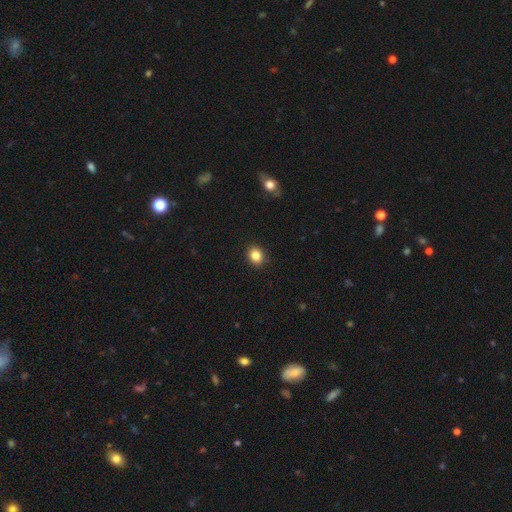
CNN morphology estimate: Smooth or featured? Predicted: smooth (p=0.85). How rounded? Predicted: round (p=0.59). Merging? Predicted: none (p=0.90).